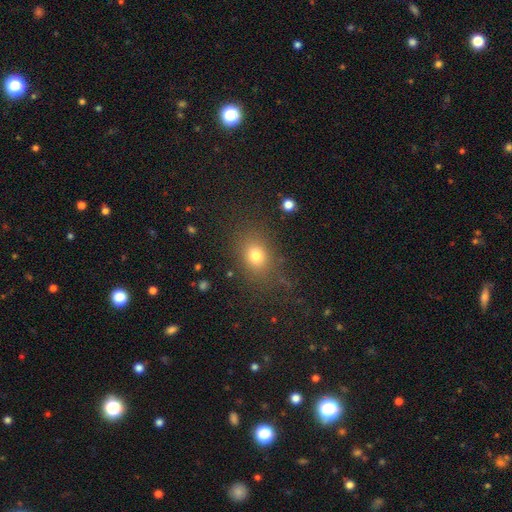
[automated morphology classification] This is likely a smooth galaxy (75%). How rounded: possibly in between (55%). Merging: likely none (79%).